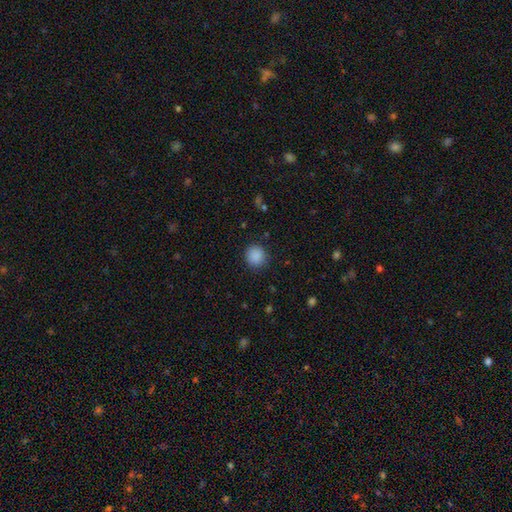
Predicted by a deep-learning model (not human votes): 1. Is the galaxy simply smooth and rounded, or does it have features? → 88% smooth, 9% star or artifact, 3% featured or disk.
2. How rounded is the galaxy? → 92% round, 7% in between, 1% cigar-shaped.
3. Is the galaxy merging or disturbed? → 89% none, 7% minor disturbance, 3% major disturbance, 1% merger.